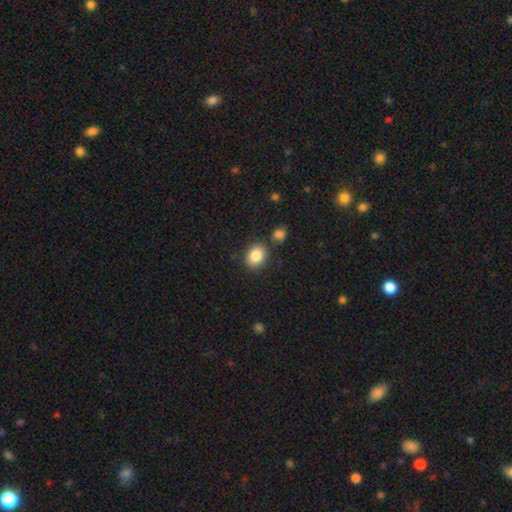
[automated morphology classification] Q: Smooth or featured?
A: smooth (85%); runner-up: star or artifact (8%)
Q: How rounded?
A: in between (53%); runner-up: round (47%)
Q: Merging?
A: none (78%); runner-up: minor disturbance (11%)